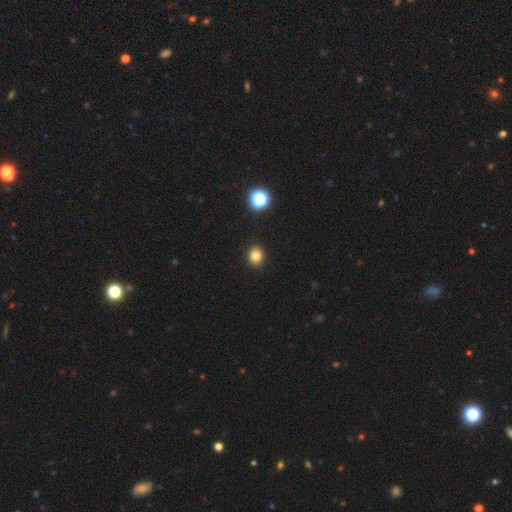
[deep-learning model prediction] smooth-or-featured: smooth: 80% | star or artifact: 14% | featured or disk: 7%
  how-rounded: round: 76% | in between: 23% | cigar-shaped: 1%
  merging: none: 92% | minor disturbance: 5% | major disturbance: 2% | merger: 1%